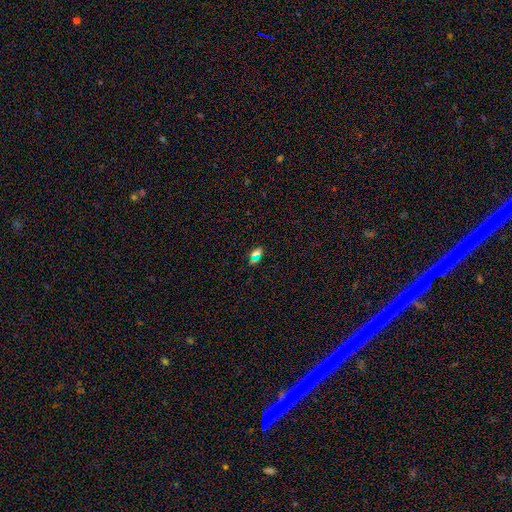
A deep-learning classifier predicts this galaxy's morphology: This is possibly a smooth galaxy (53%). How rounded: likely in between (72%). Merging: likely none (72%).